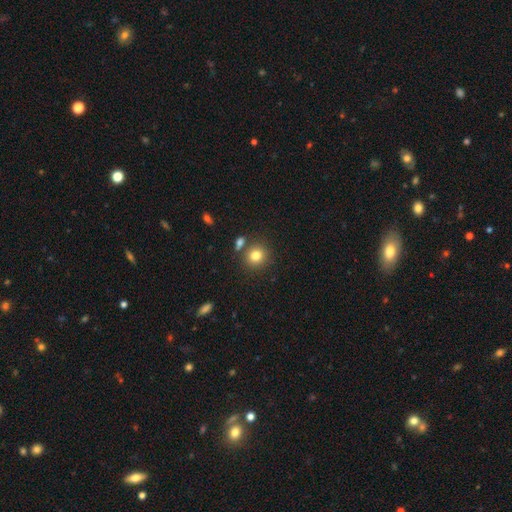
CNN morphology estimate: smooth-or-featured: smooth: 81% | star or artifact: 12% | featured or disk: 8%
  how-rounded: round: 86% | in between: 14% | cigar-shaped: 1%
  merging: none: 76% | merger: 12% | minor disturbance: 9% | major disturbance: 3%